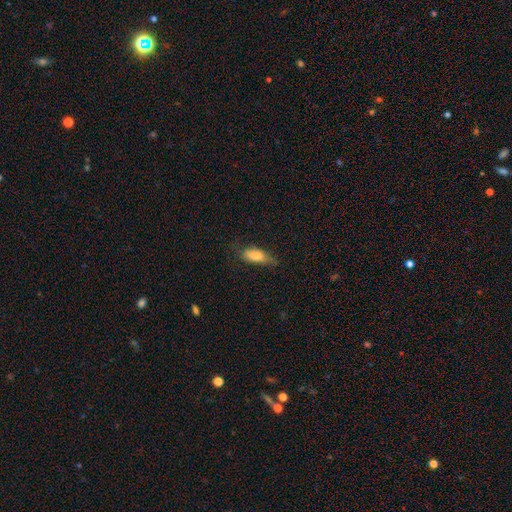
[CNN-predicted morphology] This is likely a smooth galaxy (79%). How rounded: likely in between (79%). Merging: possibly none (60%).